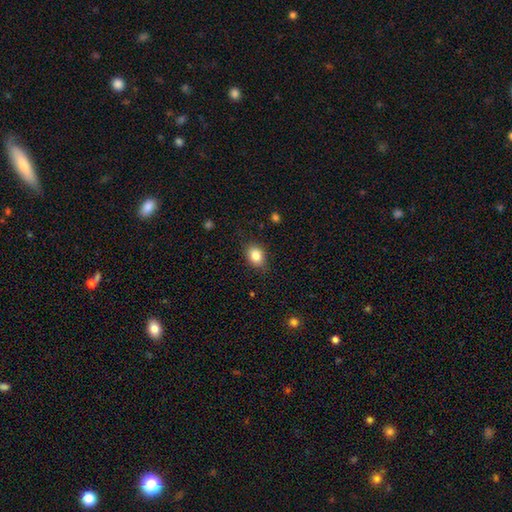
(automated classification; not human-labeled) A smooth galaxy with no disk features (83%) that is in between round and cigar-shaped (63%).

Vote fractions:
- Smooth or featured? smooth: 83% / star or artifact: 9% / featured or disk: 8%
- How rounded? in between: 63% / round: 36% / cigar-shaped: 1%
- Merging? none: 84% / minor disturbance: 13% / major disturbance: 3% / merger: 1%